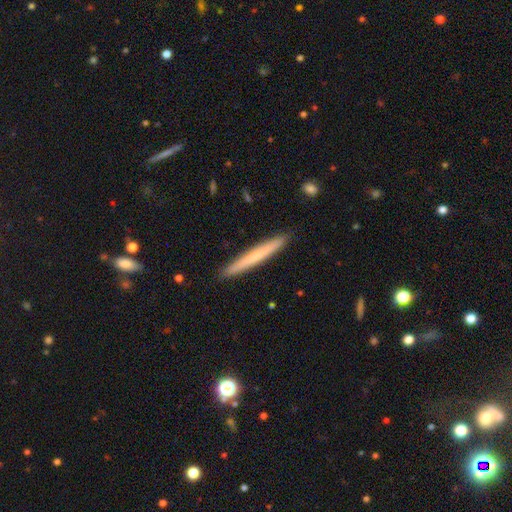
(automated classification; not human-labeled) Overall: smooth (59%; featured or disk 36%). How rounded: cigar-shaped (97%). Merging: none (92%).